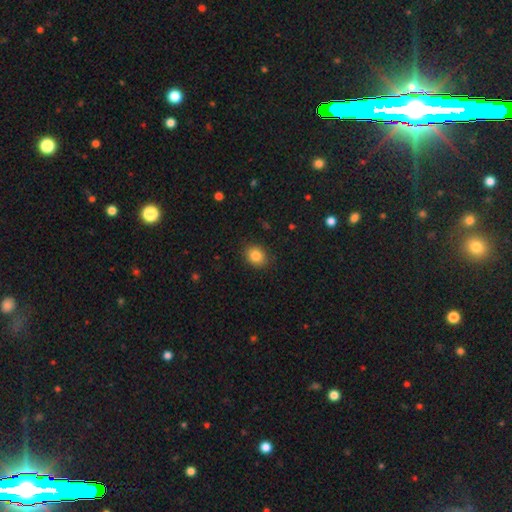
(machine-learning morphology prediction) Q: Smooth or featured?
A: smooth (84%); runner-up: star or artifact (10%)
Q: How rounded?
A: round (56%); runner-up: in between (43%)
Q: Merging?
A: none (87%); runner-up: minor disturbance (9%)